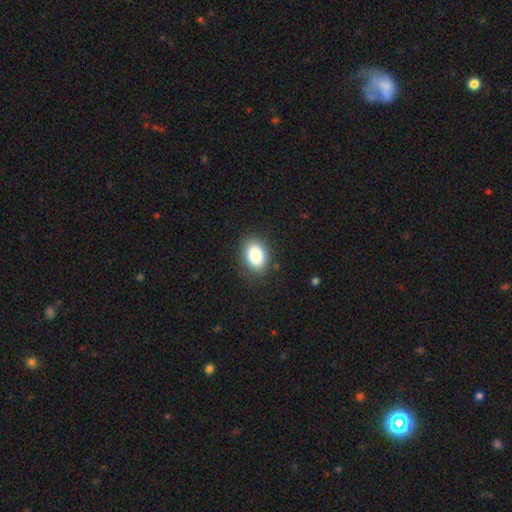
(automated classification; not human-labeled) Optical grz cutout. It shows a smooth galaxy with no disk features (84%) that is in between round and cigar-shaped (79%). Merging: none (86%).